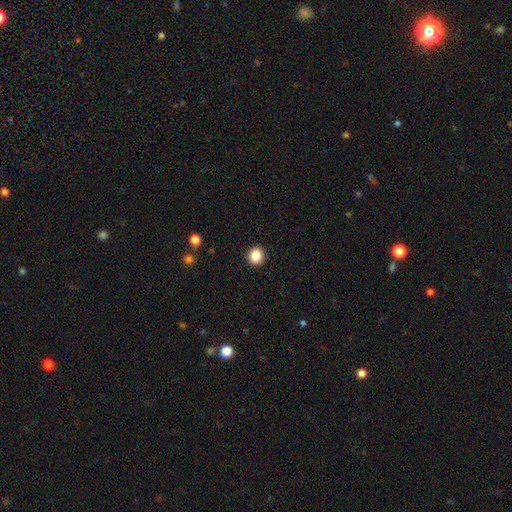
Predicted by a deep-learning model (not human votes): A smooth galaxy with no disk features (86%) that is round (85%).

Vote fractions:
- Smooth or featured? smooth: 86% / star or artifact: 10% / featured or disk: 4%
- How rounded? round: 85% / in between: 15% / cigar-shaped: 1%
- Merging? none: 92% / minor disturbance: 5% / major disturbance: 2% / merger: 1%